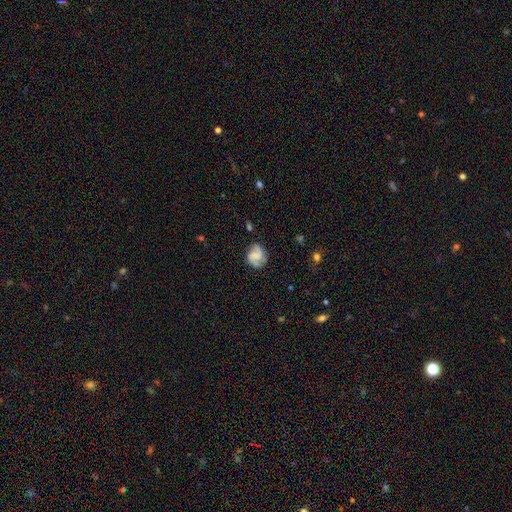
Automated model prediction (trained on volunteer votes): smooth-or-featured: featured or disk: 67% | smooth: 25% | star or artifact: 8%
  disk-edge-on: no: 98% | yes: 2%
    bar: no: 45% | weak: 42% | strong: 12%
    has-spiral-arms: yes: 93% | no: 7%
      spiral-winding: medium: 47% | tight: 28% | loose: 26%
      spiral-arm-count: 2: 68% | 3: 15% | can't tell: 9% | 1: 3% | 4: 2% | more than 4: 2%
    bulge-size: none: 38% | small: 36% | moderate: 19% | large: 4% | dominant: 2%
  merging: none: 72% | minor disturbance: 19% | major disturbance: 8% | merger: 2%